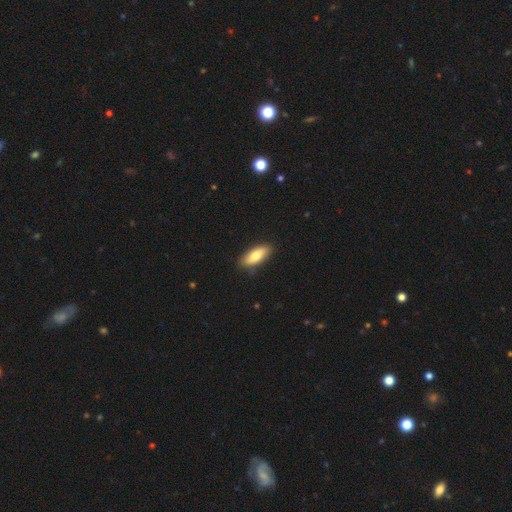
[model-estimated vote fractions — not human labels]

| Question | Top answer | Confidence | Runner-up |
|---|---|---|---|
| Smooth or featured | smooth | 78% | featured or disk (16%) |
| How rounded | in between | 72% | cigar-shaped (26%) |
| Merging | none | 86% | minor disturbance (11%) |